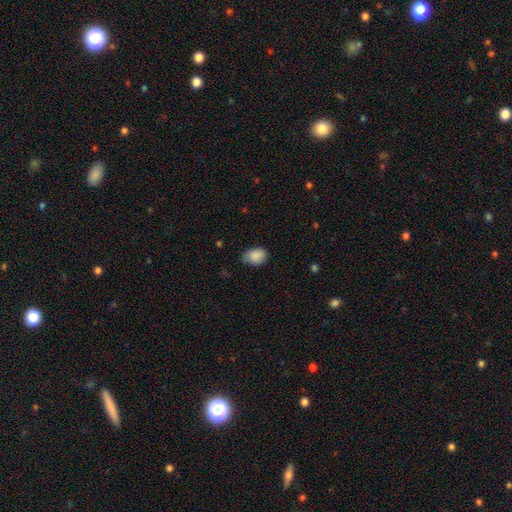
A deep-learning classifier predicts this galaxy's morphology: A smooth galaxy with no disk features (88%) that is in between round and cigar-shaped (78%). Merging: none (63%).